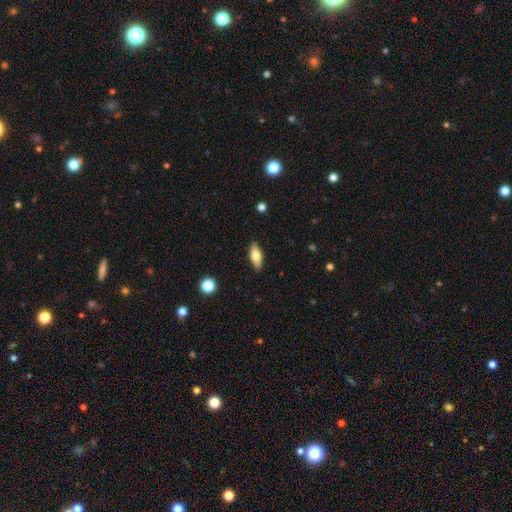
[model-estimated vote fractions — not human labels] smooth 72%, featured or disk 22%, star or artifact 7%. Down the decision tree: how rounded — in between (75%); merging — none (88%).